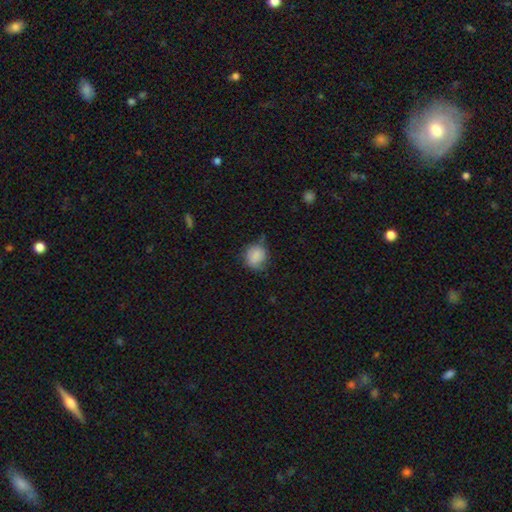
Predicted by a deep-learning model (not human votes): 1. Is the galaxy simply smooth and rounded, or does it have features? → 83% smooth, 9% featured or disk, 9% star or artifact.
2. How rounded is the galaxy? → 75% round, 24% in between, 1% cigar-shaped.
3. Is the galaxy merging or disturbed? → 58% none, 32% minor disturbance, 8% major disturbance, 2% merger.